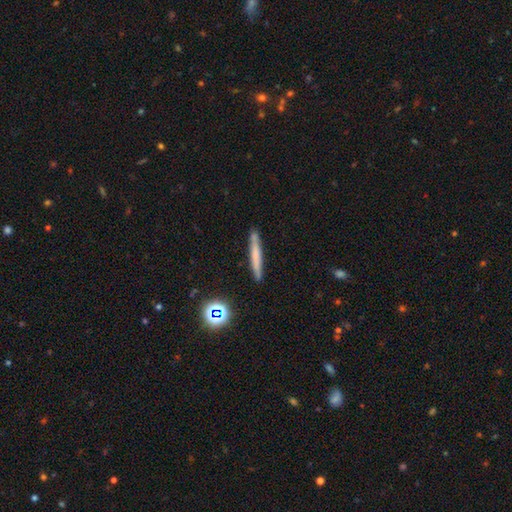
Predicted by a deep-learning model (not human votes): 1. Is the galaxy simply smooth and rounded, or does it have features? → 59% smooth, 31% featured or disk, 10% star or artifact.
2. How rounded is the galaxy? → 95% cigar-shaped, 3% in between, 2% round.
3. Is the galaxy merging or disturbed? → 87% none, 9% minor disturbance, 2% merger, 2% major disturbance.